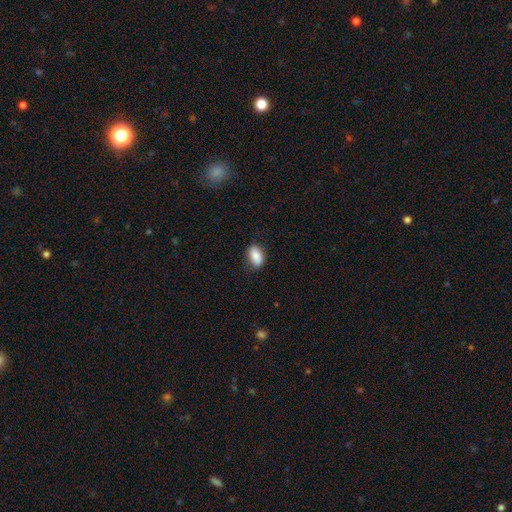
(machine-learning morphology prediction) Smooth or featured? Predicted: smooth (p=0.84). How rounded? Predicted: in between (p=0.89). Merging? Predicted: none (p=0.79).